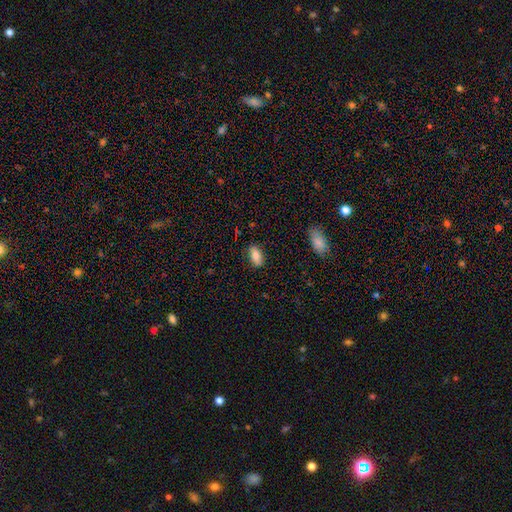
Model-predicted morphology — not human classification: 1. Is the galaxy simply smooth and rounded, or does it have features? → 83% smooth, 10% featured or disk, 7% star or artifact.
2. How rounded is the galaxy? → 89% in between, 7% cigar-shaped, 3% round.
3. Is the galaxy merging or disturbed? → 83% none, 13% minor disturbance, 3% major disturbance, 1% merger.